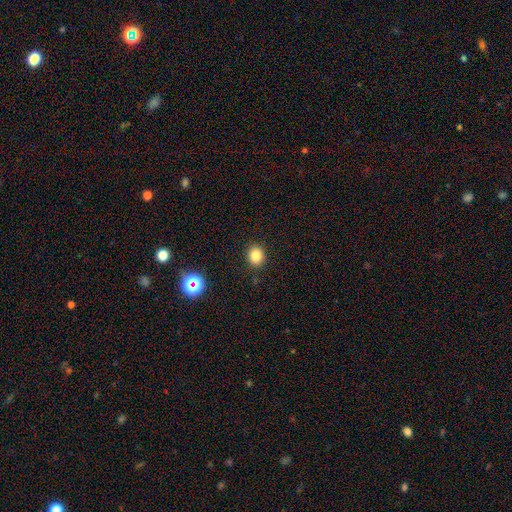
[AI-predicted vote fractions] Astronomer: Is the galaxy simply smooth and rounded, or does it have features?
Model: smooth — 82%.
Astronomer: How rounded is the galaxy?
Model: round — 72%.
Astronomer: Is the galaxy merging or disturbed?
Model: none — 90%.